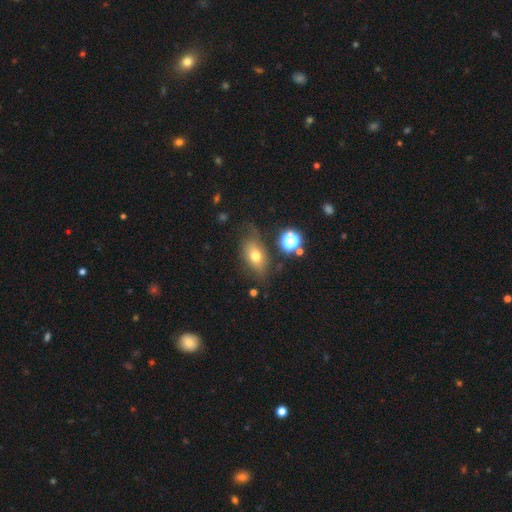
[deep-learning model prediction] The model was most divided on "merging": none: 62%, minor disturbance: 24%, major disturbance: 11%, merger: 4%. More confident: how rounded — in between (79%); smooth or featured — smooth (66%).